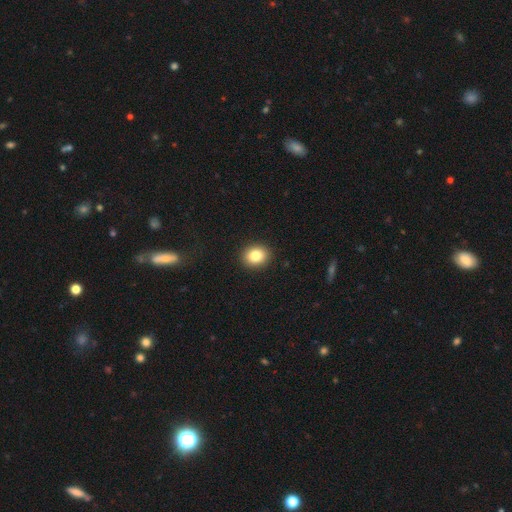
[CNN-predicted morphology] Smooth or featured?
  - smooth: 83% *
  - star or artifact: 10%
  - featured or disk: 7%
How rounded?
  - round: 60% *
  - in between: 39%
  - cigar-shaped: 1%
Merging?
  - none: 91% *
  - minor disturbance: 6%
  - major disturbance: 2%
  - merger: 1%